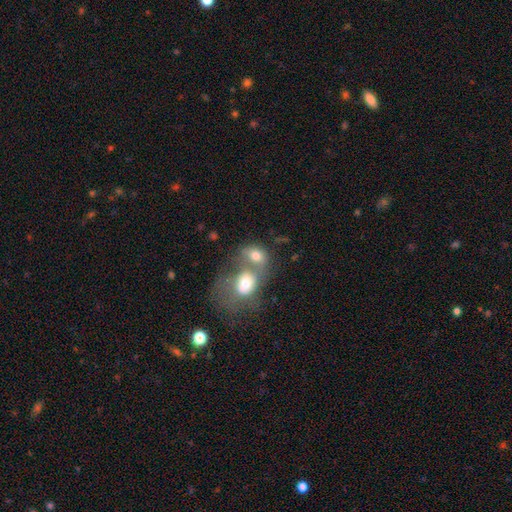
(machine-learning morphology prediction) Smooth or featured? Predicted: smooth (p=0.70). How rounded? Predicted: in between (p=0.62). Merging? Predicted: merger (p=0.72).